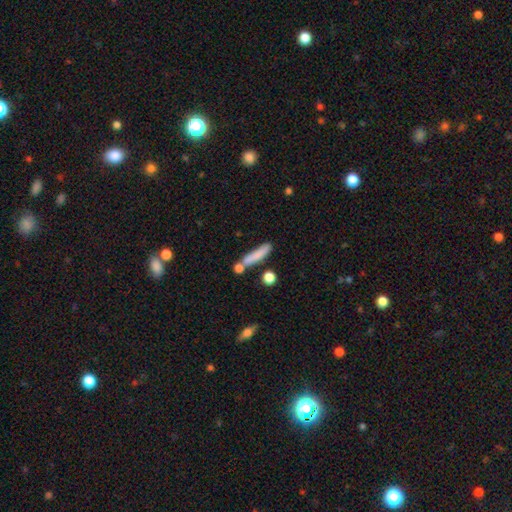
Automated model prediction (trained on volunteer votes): Smooth or featured: smooth — 76% (featured or disk — 16%)
How rounded: cigar-shaped — 82% (in between — 15%)
Merging: none — 61% (merger — 17%)